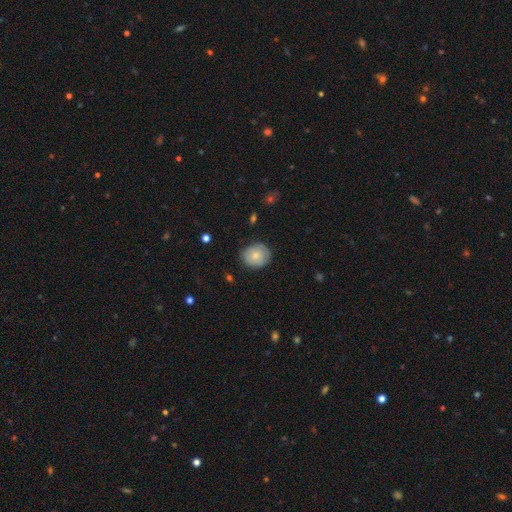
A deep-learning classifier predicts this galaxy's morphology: Smooth or featured? Predicted: smooth (p=0.70). How rounded? Predicted: round (p=0.70). Merging? Predicted: none (p=0.78).